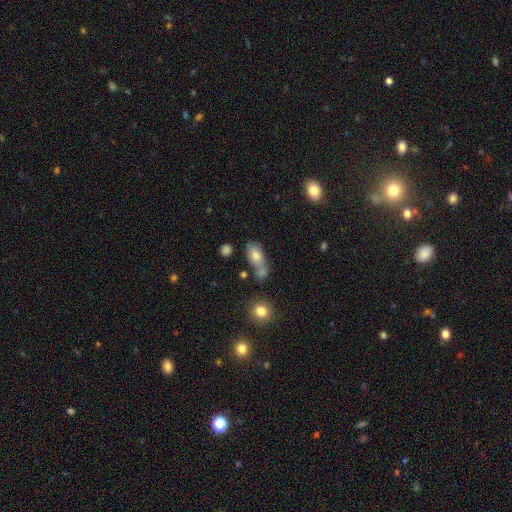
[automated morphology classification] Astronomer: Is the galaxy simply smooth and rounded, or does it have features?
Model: smooth — 75%.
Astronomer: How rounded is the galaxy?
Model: in between — 84%.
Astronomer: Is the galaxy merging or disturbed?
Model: none — 45% (runner-up: merger, 34%).